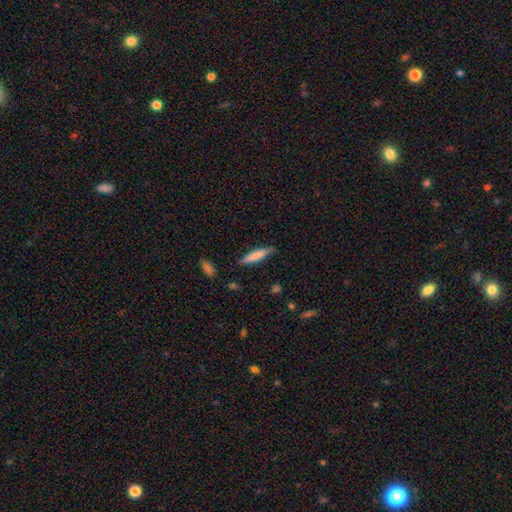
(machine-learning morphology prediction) smooth_or_featured: smooth (p=0.75) [alt: featured or disk p=0.19]
how_rounded: cigar-shaped (p=0.81) [alt: in between p=0.17]
merging: none (p=0.81) [alt: minor disturbance p=0.15]